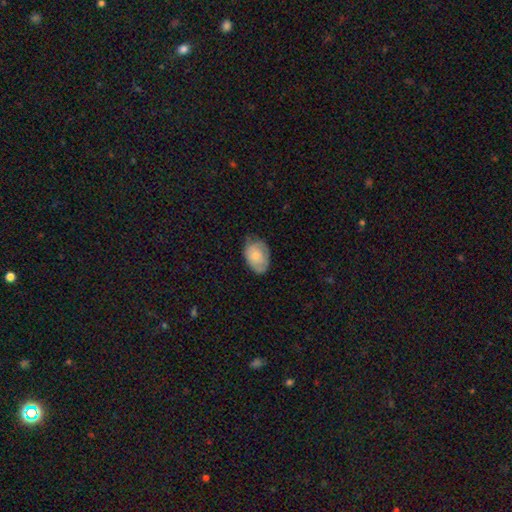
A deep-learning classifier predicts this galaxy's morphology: A smooth galaxy with no disk features (73%) that is in between round and cigar-shaped (84%). Merging: none (61%).